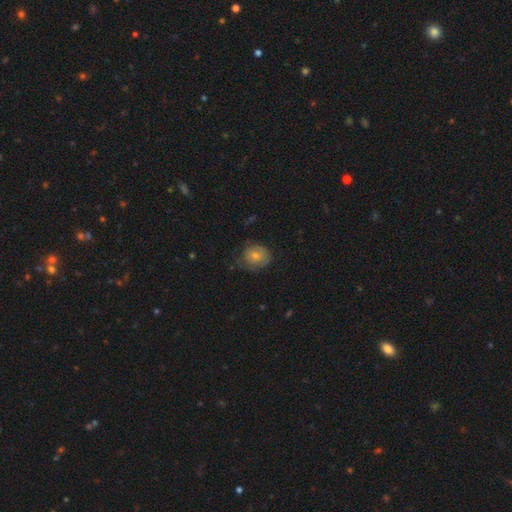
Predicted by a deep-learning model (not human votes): This is likely a smooth galaxy (68%). How rounded: likely round (70%). Merging: possibly none (57%).